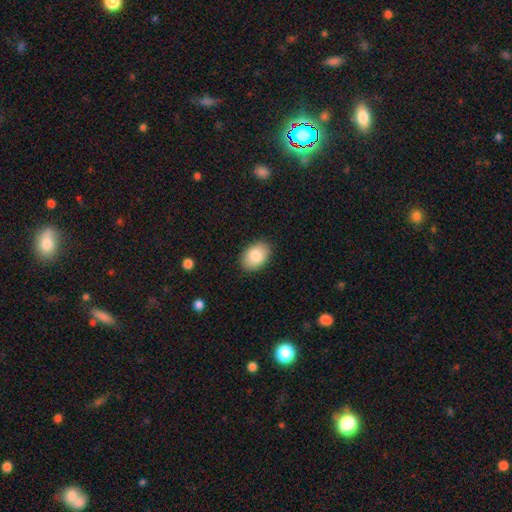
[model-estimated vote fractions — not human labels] A smooth galaxy with no disk features (85%) that is in between round and cigar-shaped (88%).

Vote fractions:
- Smooth or featured? smooth: 85% / featured or disk: 8% / star or artifact: 6%
- How rounded? in between: 88% / round: 11% / cigar-shaped: 1%
- Merging? none: 88% / minor disturbance: 9% / major disturbance: 2% / merger: 1%